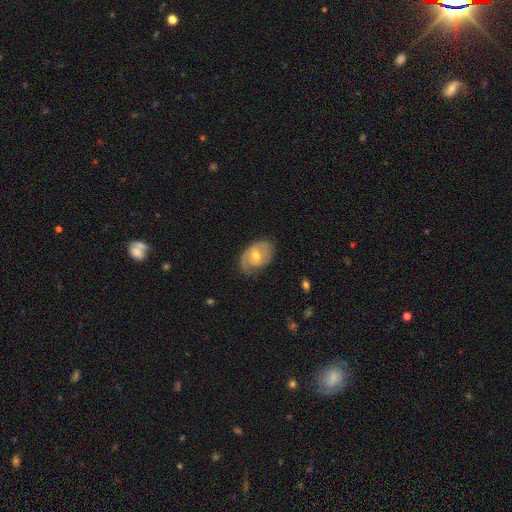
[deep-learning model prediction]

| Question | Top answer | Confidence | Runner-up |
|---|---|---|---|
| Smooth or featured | featured or disk | 60% | smooth (34%) |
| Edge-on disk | no | 95% | yes (5%) |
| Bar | no | 59% | weak (35%) |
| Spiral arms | yes | 78% | no (22%) |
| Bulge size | moderate | 63% | small (33%) |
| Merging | none | 61% | minor disturbance (28%) |